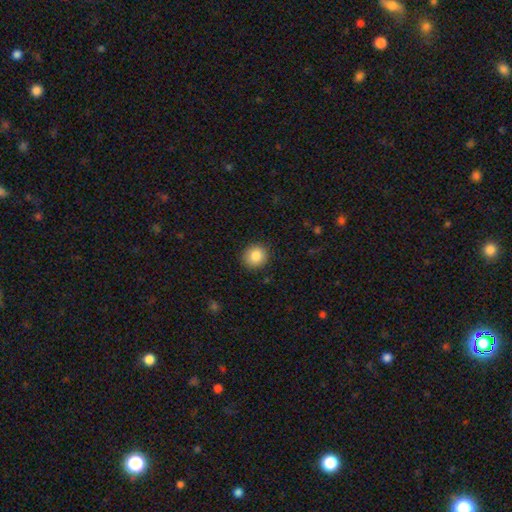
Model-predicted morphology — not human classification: Smooth or featured: smooth — 85% (star or artifact — 9%)
How rounded: round — 85% (in between — 14%)
Merging: none — 90% (minor disturbance — 7%)